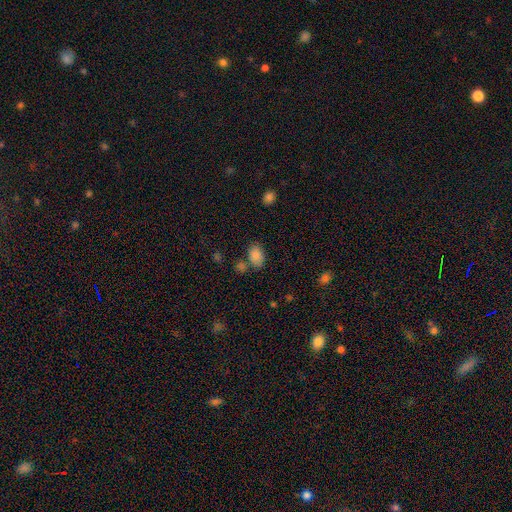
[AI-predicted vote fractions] smooth 85%, star or artifact 10%, featured or disk 5%. Down the decision tree: how rounded — in between (84%); merging — none (64%).